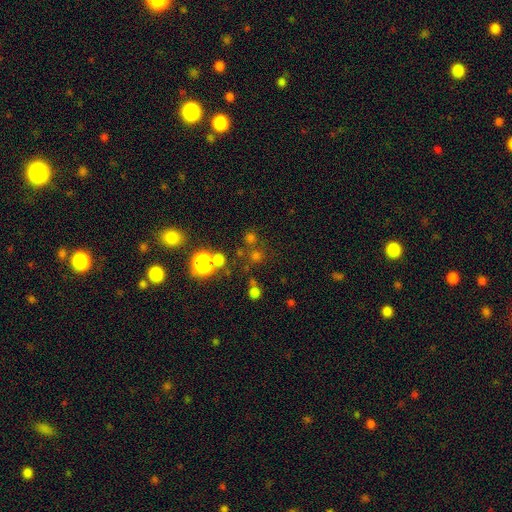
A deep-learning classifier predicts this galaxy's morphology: smooth-or-featured: smooth: 48% | star or artifact: 43% | featured or disk: 9%
  merging: none: 71% | merger: 15% | minor disturbance: 8% | major disturbance: 5%